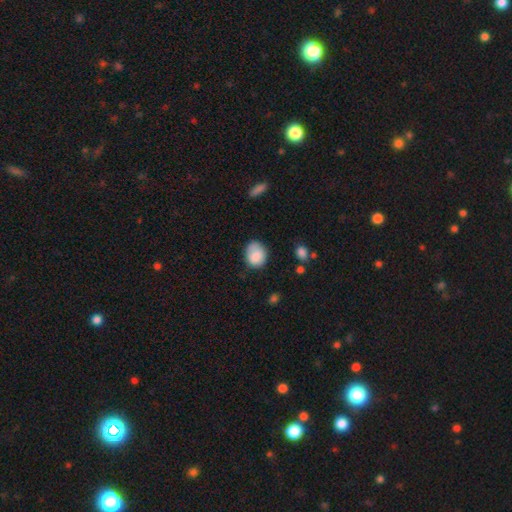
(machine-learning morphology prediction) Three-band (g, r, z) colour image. It shows a smooth galaxy with no disk features (85%) that is round (60%). Merging: none (64%).